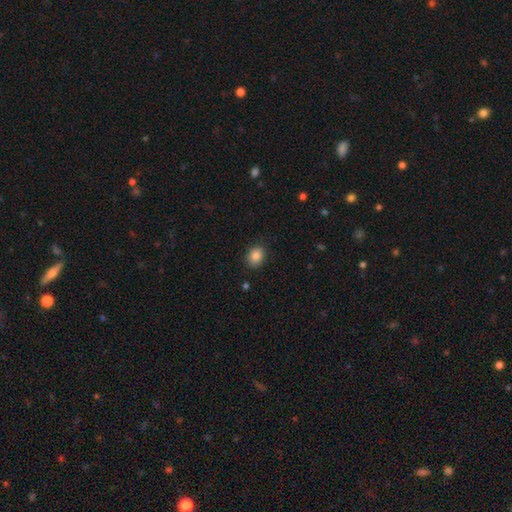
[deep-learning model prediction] Q: Smooth or featured?
A: smooth (86%); runner-up: star or artifact (9%)
Q: How rounded?
A: in between (59%); runner-up: round (40%)
Q: Merging?
A: none (86%); runner-up: minor disturbance (10%)